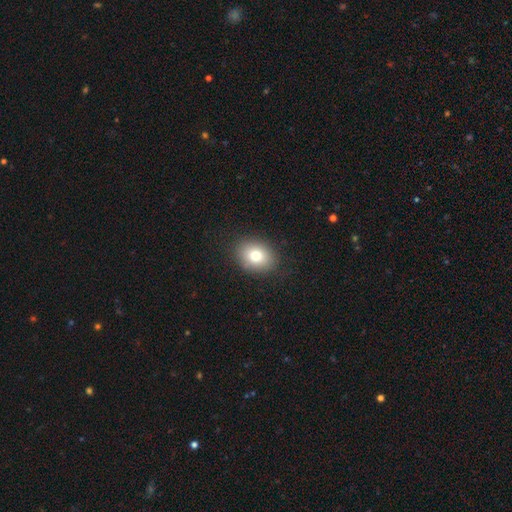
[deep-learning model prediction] Q: Smooth or featured?
A: smooth (77%); runner-up: featured or disk (12%)
Q: How rounded?
A: in between (58%); runner-up: round (41%)
Q: Merging?
A: none (87%); runner-up: minor disturbance (9%)